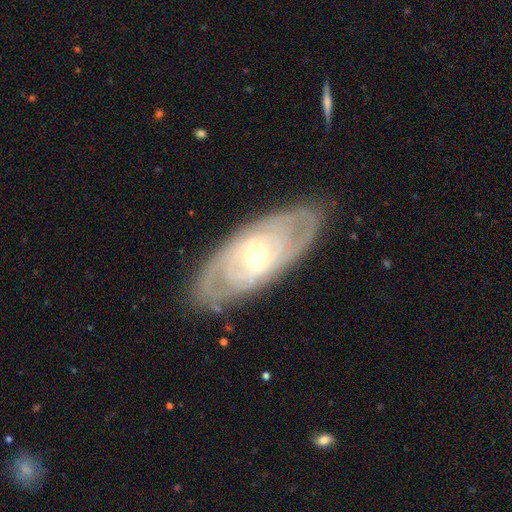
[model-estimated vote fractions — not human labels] The model was most divided on "bulge size": small: 57%, moderate: 39%, large: 2%, dominant: 1%, none: 1%. Remaining: edge-on disk — no (89%); merging — none (83%); spiral arms — yes (81%); smooth or featured — featured or disk (79%); spiral winding — tight (73%); bar — no (67%); spiral arm count — can't tell (49%).